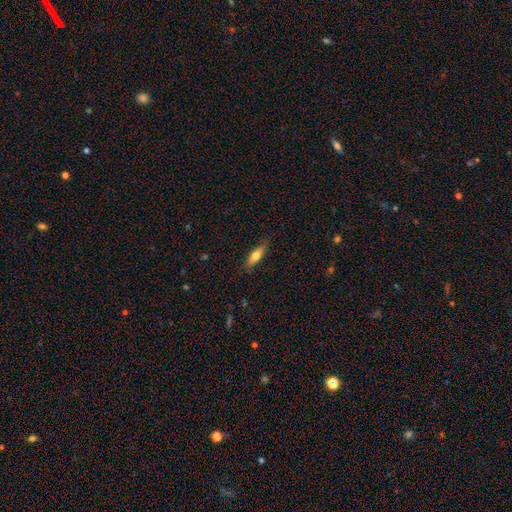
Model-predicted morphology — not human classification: This is likely a smooth galaxy (65%). How rounded: possibly cigar-shaped (57%). Merging: clearly none (84%).